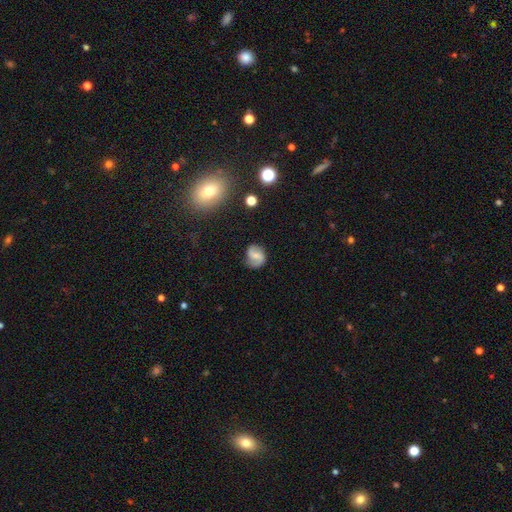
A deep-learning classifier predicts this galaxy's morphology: This appears to be a featured or disk galaxy (65%) with a weak bar (48%), 2 (88%) loose (42%, tied with medium) spiral arms (91%) and a small central bulge (49%). Merging: none (77%).